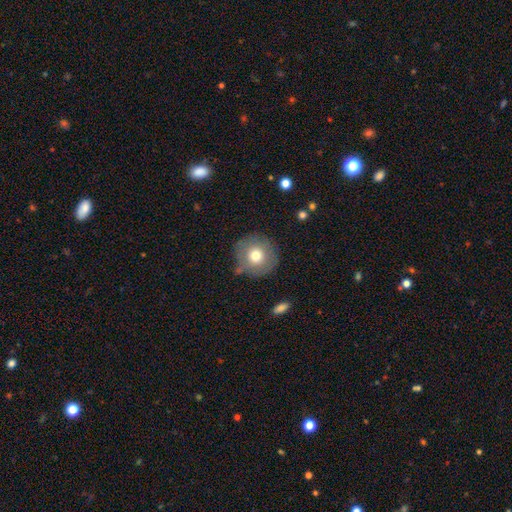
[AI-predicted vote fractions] smooth_or_featured: smooth (p=0.71) [alt: featured or disk p=0.19]
how_rounded: round (p=0.94) [alt: in between p=0.05]
merging: none (p=0.76) [alt: minor disturbance p=0.16]